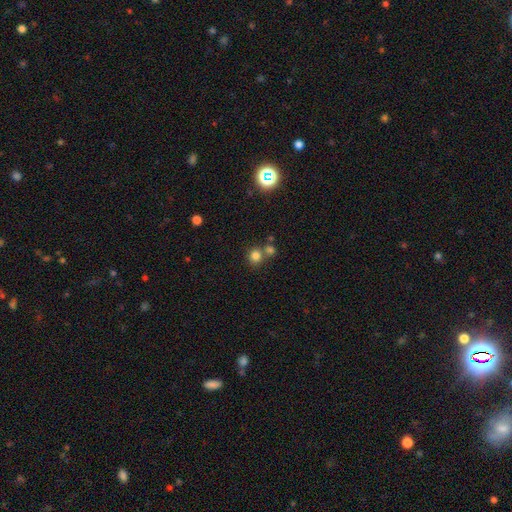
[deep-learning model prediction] Smooth or featured?
  - smooth: 79% *
  - star or artifact: 15%
  - featured or disk: 6%
How rounded?
  - round: 89% *
  - in between: 10%
  - cigar-shaped: 1%
Merging?
  - none: 60% *
  - merger: 30%
  - minor disturbance: 7%
  - major disturbance: 3%